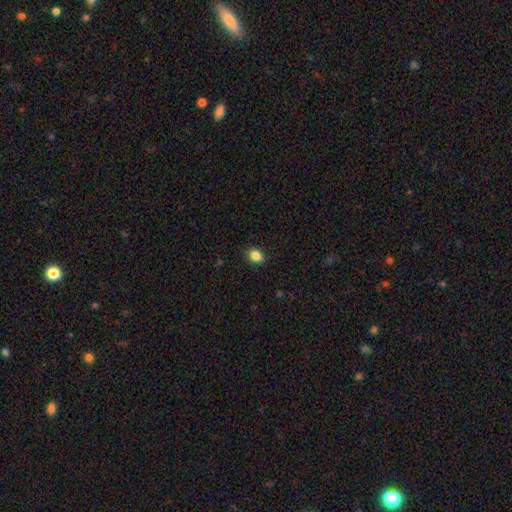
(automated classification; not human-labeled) A smooth galaxy with no disk features (86%) that is in between round and cigar-shaped (68%).

Vote fractions:
- Smooth or featured? smooth: 86% / star or artifact: 10% / featured or disk: 5%
- How rounded? in between: 68% / round: 31% / cigar-shaped: 1%
- Merging? none: 89% / minor disturbance: 8% / major disturbance: 2% / merger: 1%